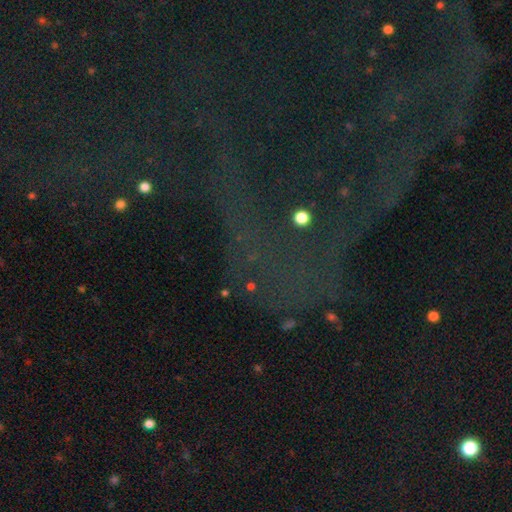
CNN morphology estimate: A star or artifact, not a galaxy (75%).

Vote fractions:
- Smooth or featured? star or artifact: 75% / featured or disk: 13% / smooth: 12%